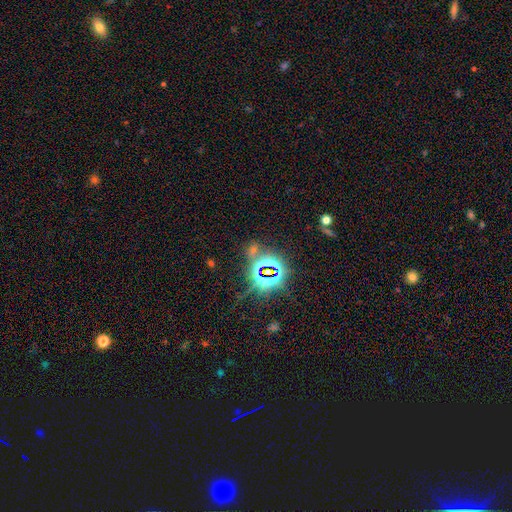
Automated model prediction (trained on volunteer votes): The model was most divided on "smooth or featured": star or artifact: 80%, smooth: 12%, featured or disk: 8%.